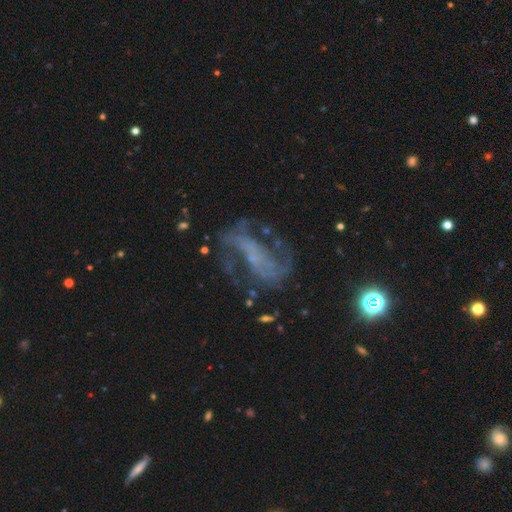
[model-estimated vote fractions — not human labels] This appears to be a featured or disk galaxy (78%) with no bar (37%), 2 (79%) loose (47%) spiral arms (86%) and no central bulge (47%). Merging: none (56%).